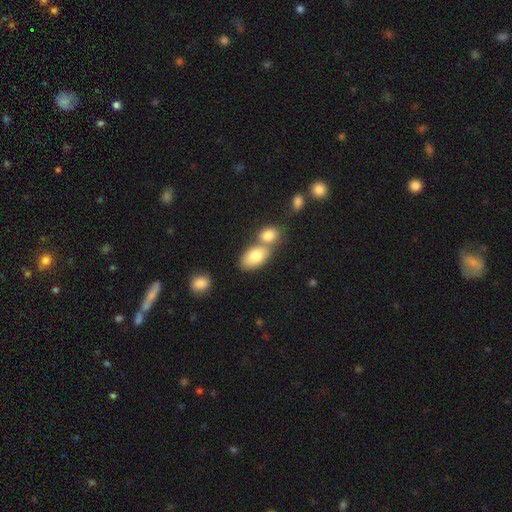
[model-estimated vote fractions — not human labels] Smooth or featured?
  - smooth: 79% *
  - featured or disk: 14%
  - star or artifact: 7%
How rounded?
  - in between: 90% *
  - round: 8%
  - cigar-shaped: 2%
Merging?
  - merger: 50% *
  - none: 38%
  - minor disturbance: 9%
  - major disturbance: 3%